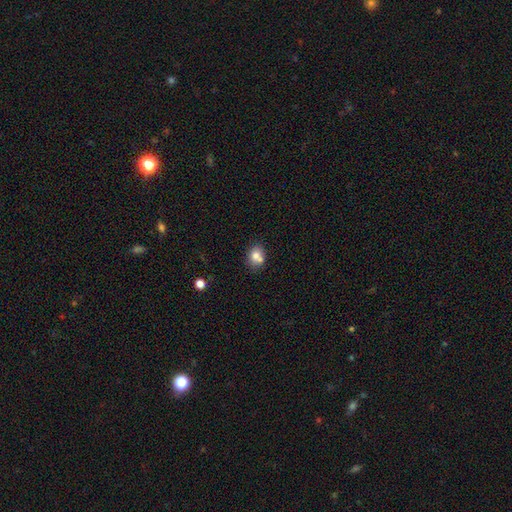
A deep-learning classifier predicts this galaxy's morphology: Smooth or featured: smooth — 75% (featured or disk — 14%)
How rounded: round — 54% (in between — 45%)
Merging: none — 53% (merger — 29%)